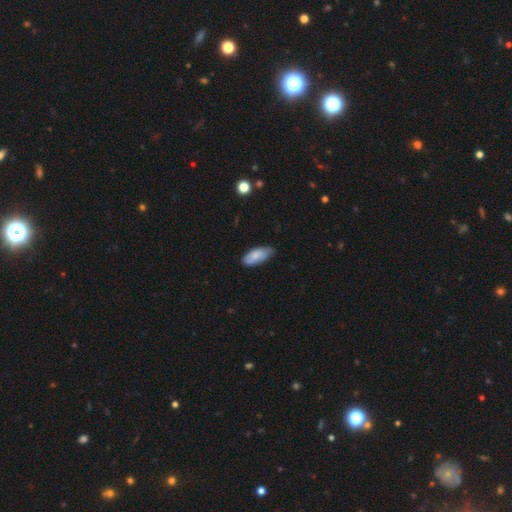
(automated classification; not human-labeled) The model was most divided on "merging": none: 67%, minor disturbance: 28%, major disturbance: 4%, merger: 2%. More confident: how rounded — in between (87%); smooth or featured — smooth (80%).